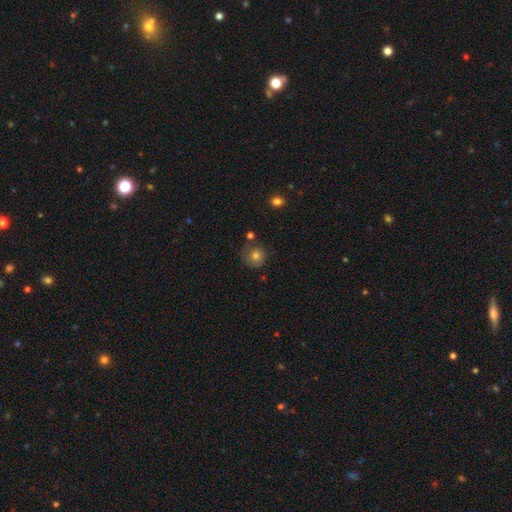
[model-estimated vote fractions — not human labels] smooth-or-featured: smooth: 77% | featured or disk: 12% | star or artifact: 11%
  how-rounded: round: 90% | in between: 9% | cigar-shaped: 1%
  merging: none: 71% | minor disturbance: 18% | merger: 6% | major disturbance: 5%